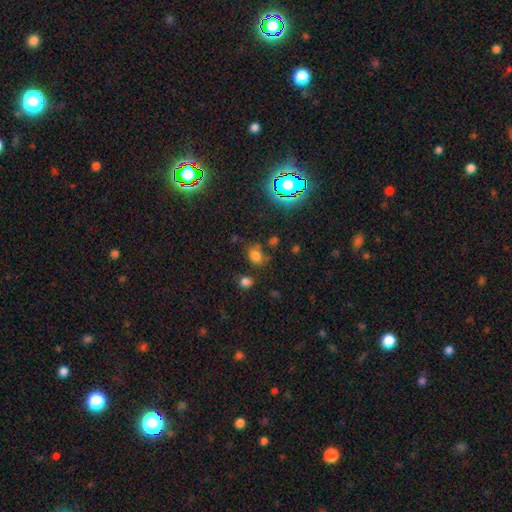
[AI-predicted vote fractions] Smooth or featured? smooth (72%)
How rounded? in between (67%)
Merging? none (68%)